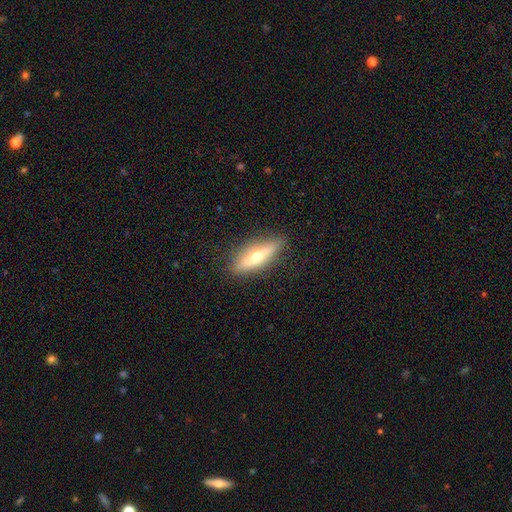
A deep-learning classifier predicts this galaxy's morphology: This appears to be a featured or disk galaxy (52%) viewed edge-on (87%). Merging: none (87%).